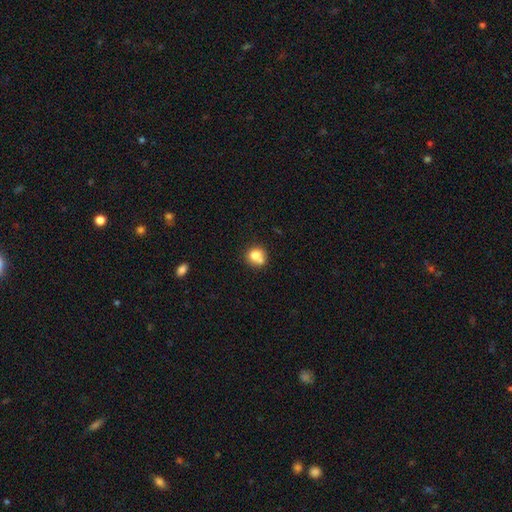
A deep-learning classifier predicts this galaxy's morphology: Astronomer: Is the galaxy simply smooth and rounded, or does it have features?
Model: smooth — 75%.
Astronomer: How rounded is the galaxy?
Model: round — 78%.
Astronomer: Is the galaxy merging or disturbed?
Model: none — 46% (runner-up: merger, 36%).